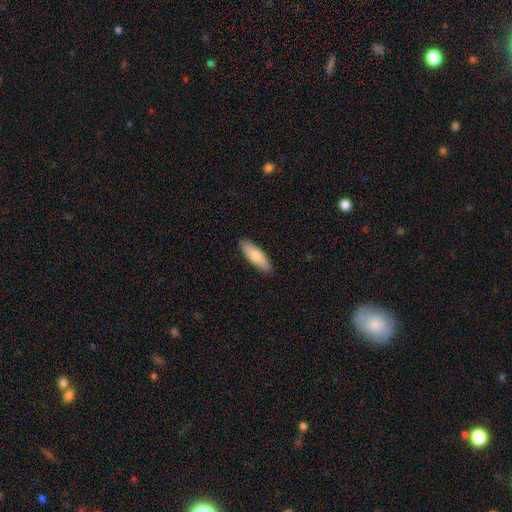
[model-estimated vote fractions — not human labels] This appears to be a smooth galaxy with no disk features (77%) that is in between round and cigar-shaped (55%). Merging: none (89%).